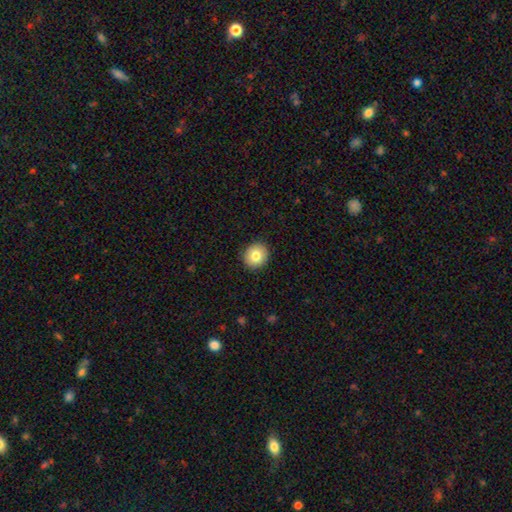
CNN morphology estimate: type=smooth (82%); roundness=round (87%); merging=none (92%).